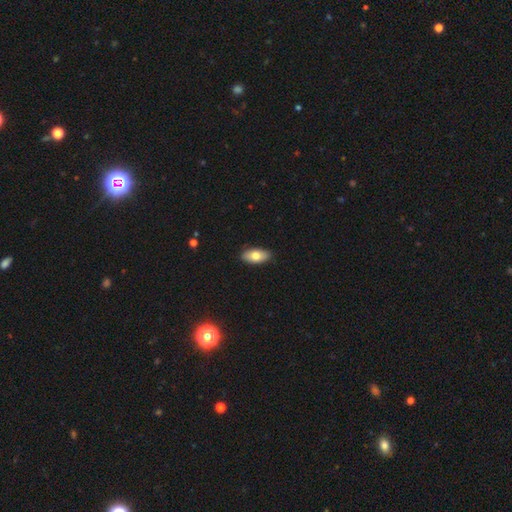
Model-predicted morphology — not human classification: Q: Smooth or featured?
A: smooth (76%); runner-up: featured or disk (18%)
Q: How rounded?
A: in between (91%); runner-up: cigar-shaped (6%)
Q: Merging?
A: none (89%); runner-up: minor disturbance (9%)